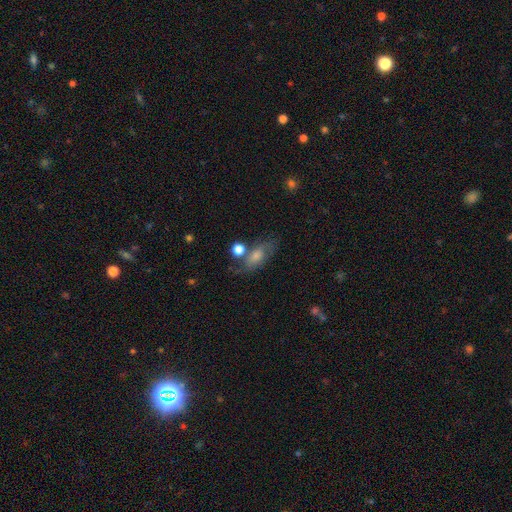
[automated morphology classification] type=smooth (47%); merging=none (58%).